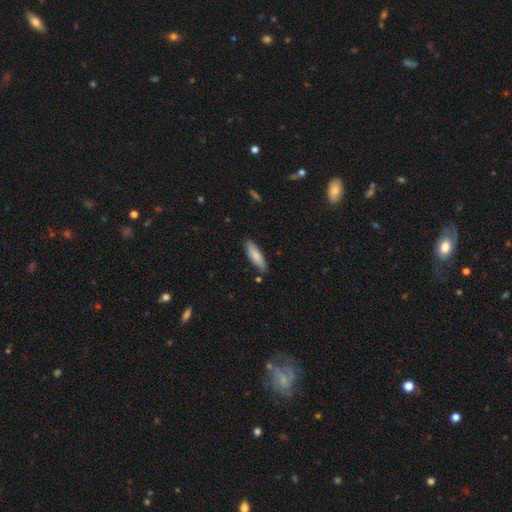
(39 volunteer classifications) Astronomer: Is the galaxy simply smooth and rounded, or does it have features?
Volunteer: smooth — 87%.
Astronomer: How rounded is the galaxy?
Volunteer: cigar-shaped — 56% (runner-up: in between, 44%).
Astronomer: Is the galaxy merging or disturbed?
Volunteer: none — 75%.